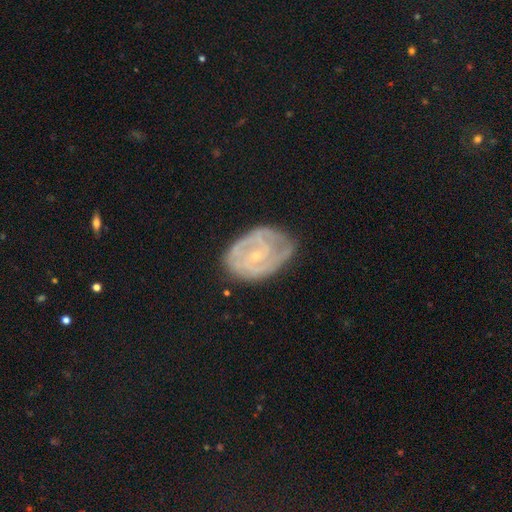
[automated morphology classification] Smooth or featured? Predicted: featured or disk (p=0.76). Edge-on disk? Predicted: no (p=0.97). Bar? Predicted: no (p=0.58). Spiral arms? Predicted: yes (p=0.83). Spiral winding? Predicted: tight (p=0.61). Spiral arm count? Predicted: can't tell (p=0.38). Bulge size? Predicted: small (p=0.77). Merging? Predicted: none (p=0.62).